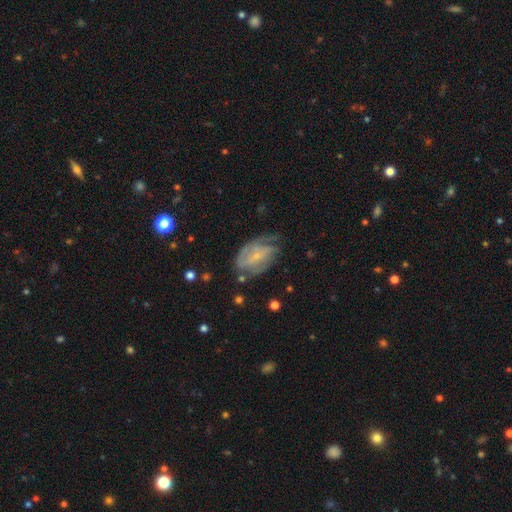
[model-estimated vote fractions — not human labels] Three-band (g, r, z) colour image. It shows a featured or disk galaxy (69%) with no bar (54%), tight (45%) spiral arms (83%) and a small central bulge (75%). Merging: none (50%).